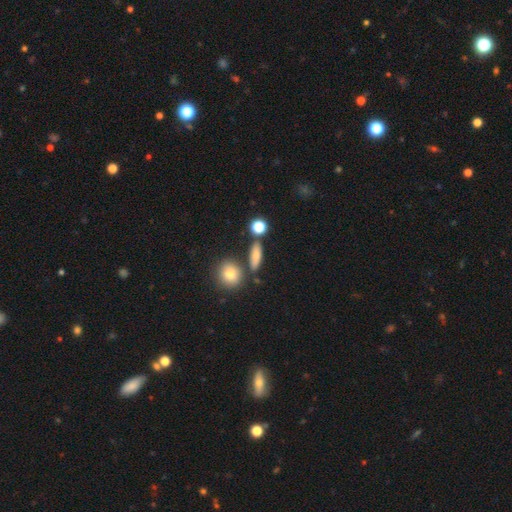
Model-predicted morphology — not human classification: The model was most divided on "how rounded": in between: 47%, cigar-shaped: 39%, round: 14%. More confident: merging — none (76%); smooth or featured — smooth (75%).